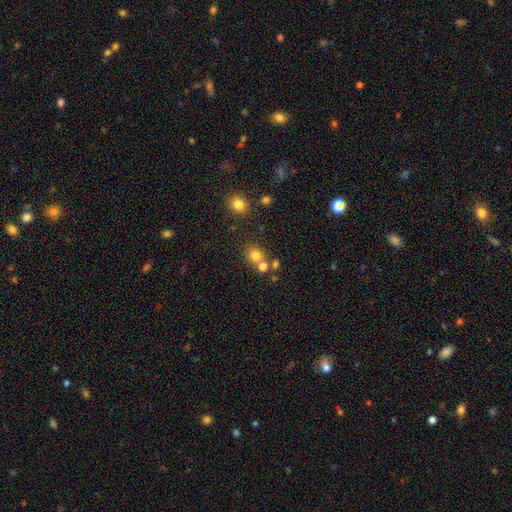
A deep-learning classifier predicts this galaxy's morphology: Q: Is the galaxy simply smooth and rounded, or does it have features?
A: smooth — 77%.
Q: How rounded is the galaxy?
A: round — 83%.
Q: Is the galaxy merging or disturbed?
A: none — 63%.